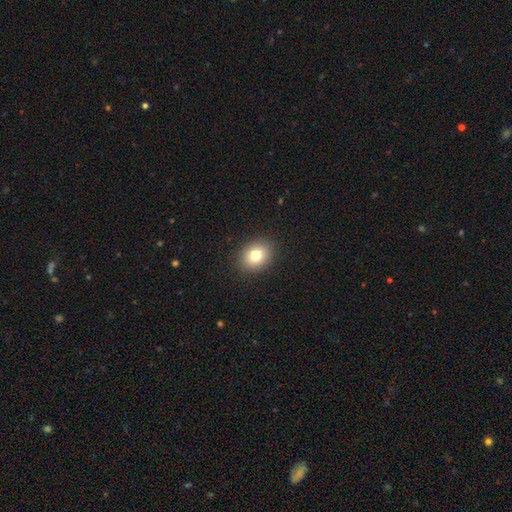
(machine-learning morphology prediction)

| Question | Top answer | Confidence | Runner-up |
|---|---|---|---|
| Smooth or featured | smooth | 79% | star or artifact (10%) |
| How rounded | in between | 51% | round (48%) |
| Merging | none | 90% | minor disturbance (7%) |